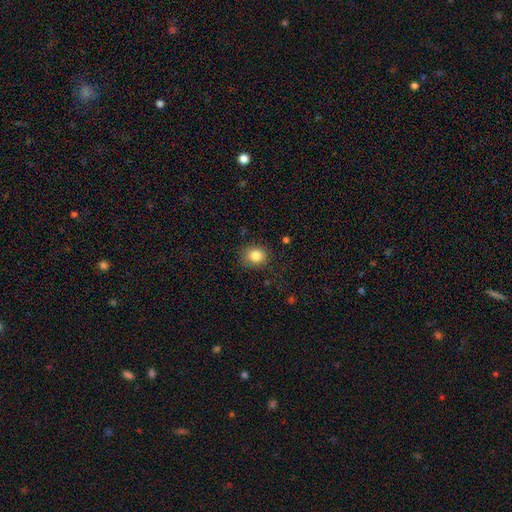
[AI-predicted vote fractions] Q: Smooth or featured?
A: smooth (84%); runner-up: star or artifact (10%)
Q: How rounded?
A: round (75%); runner-up: in between (24%)
Q: Merging?
A: none (82%); runner-up: minor disturbance (13%)